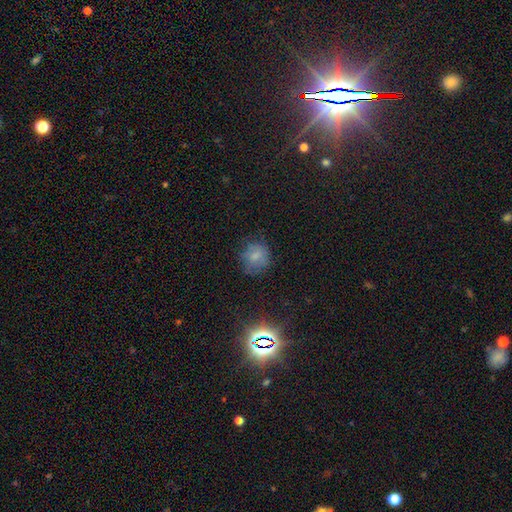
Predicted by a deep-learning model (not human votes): A smooth galaxy with no disk features (70%) that is round (78%). Merging: none (69%).